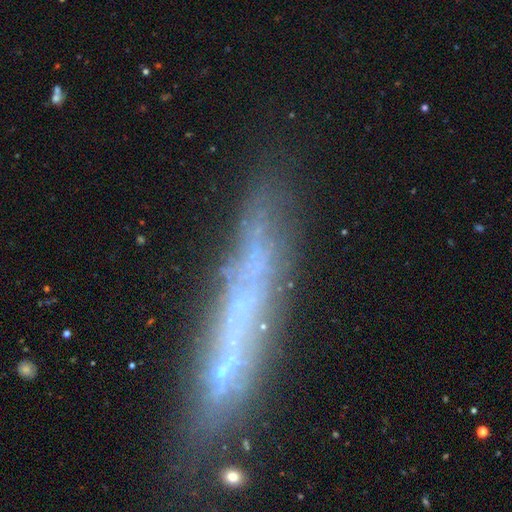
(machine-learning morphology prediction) smooth-or-featured: featured or disk: 41% | smooth: 31% | star or artifact: 27%
  merging: none: 69% | minor disturbance: 17% | major disturbance: 9% | merger: 6%